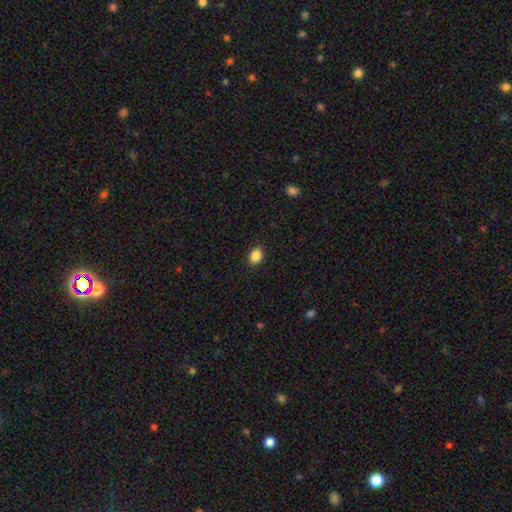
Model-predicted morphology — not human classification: Smooth or featured?
  - smooth: 87% *
  - star or artifact: 9%
  - featured or disk: 3%
How rounded?
  - in between: 67% *
  - round: 32%
  - cigar-shaped: 1%
Merging?
  - none: 90% *
  - minor disturbance: 7%
  - major disturbance: 2%
  - merger: 1%